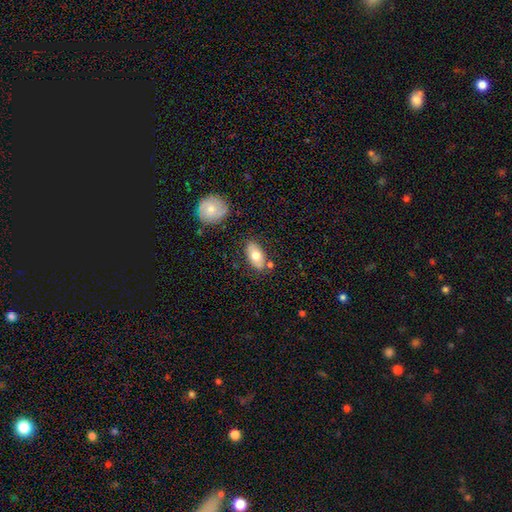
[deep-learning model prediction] Q: Smooth or featured?
A: smooth (70%); runner-up: featured or disk (23%)
Q: How rounded?
A: in between (91%); runner-up: round (5%)
Q: Merging?
A: none (76%); runner-up: minor disturbance (14%)